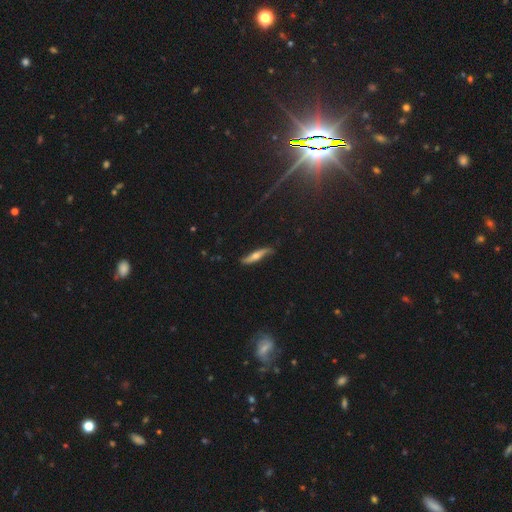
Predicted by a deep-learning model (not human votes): Morphology: type=featured or disk (61%); edge-on=yes (74%); merging=none (77%).